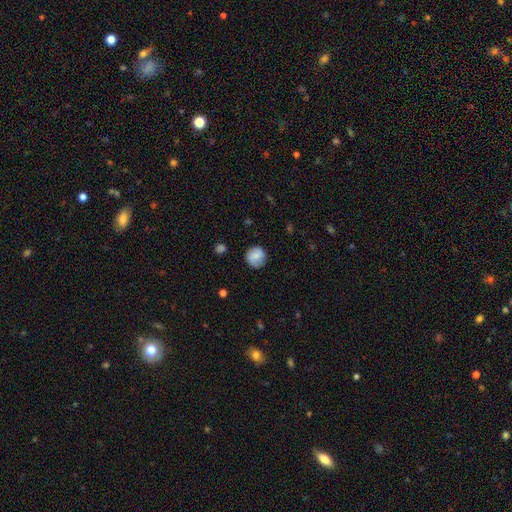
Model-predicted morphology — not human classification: Q: Smooth or featured?
A: smooth (67%); runner-up: featured or disk (25%)
Q: How rounded?
A: round (90%); runner-up: in between (9%)
Q: Merging?
A: none (81%); runner-up: minor disturbance (14%)